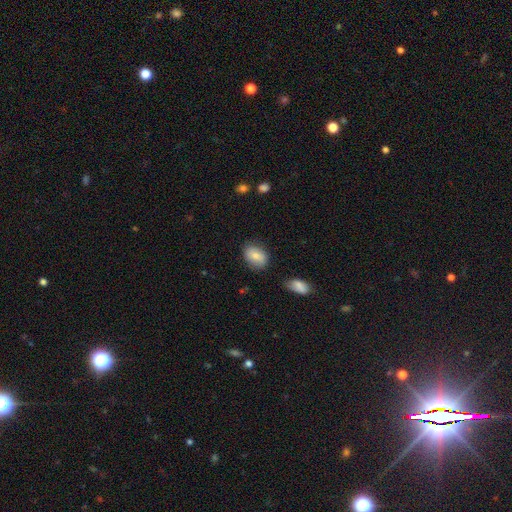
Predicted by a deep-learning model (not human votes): Smooth or featured: smooth — 80% (featured or disk — 12%)
How rounded: in between — 79% (round — 20%)
Merging: none — 77% (minor disturbance — 17%)